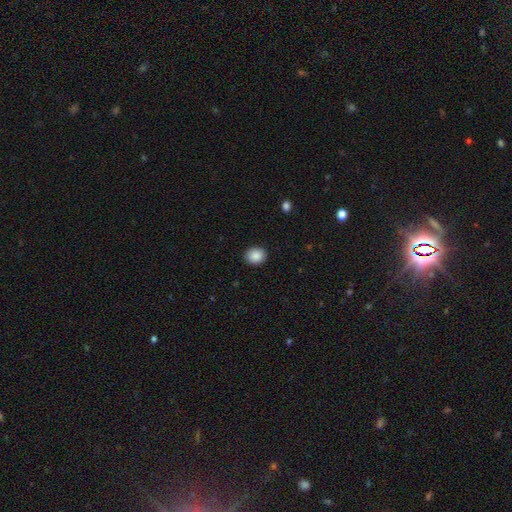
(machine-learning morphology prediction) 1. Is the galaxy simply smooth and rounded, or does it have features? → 89% smooth, 8% star or artifact, 3% featured or disk.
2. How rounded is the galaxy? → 64% round, 35% in between, 1% cigar-shaped.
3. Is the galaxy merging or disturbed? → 90% none, 7% minor disturbance, 2% major disturbance, 1% merger.